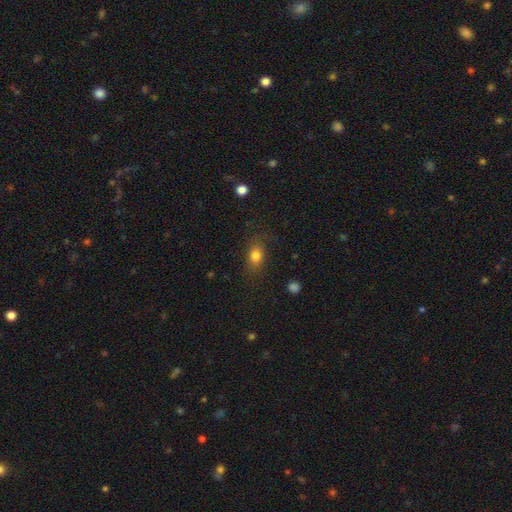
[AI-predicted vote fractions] Morphology: type=smooth (80%); roundness=in between (67%); merging=none (78%).